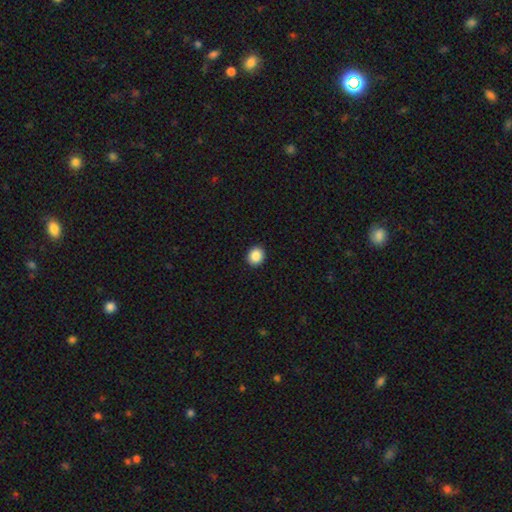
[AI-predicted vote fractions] smooth 88%, star or artifact 9%, featured or disk 3%. Down the decision tree: how rounded — round (72%); merging — none (92%).